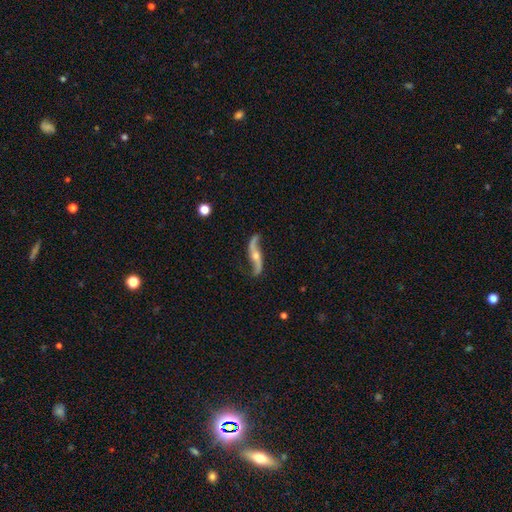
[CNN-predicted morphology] Smooth or featured? Predicted: featured or disk (p=0.88). Edge-on disk? Predicted: no (p=0.83). Bar? Predicted: no (p=0.61). Spiral arms? Predicted: yes (p=0.96). Spiral winding? Predicted: loose (p=0.93). Spiral arm count? Predicted: 2 (p=0.94). Bulge size? Predicted: moderate (p=0.52). Merging? Predicted: none (p=0.77).